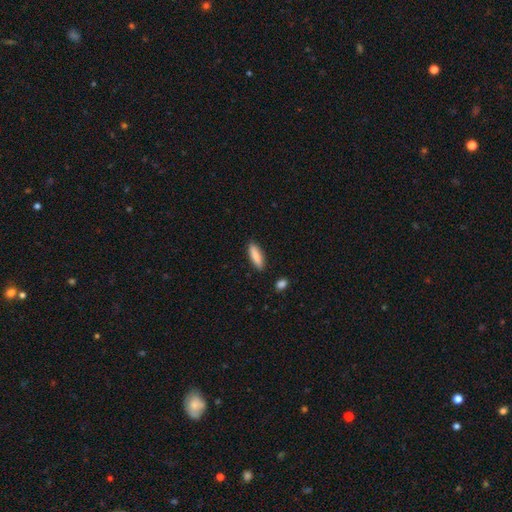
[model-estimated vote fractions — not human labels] smooth-or-featured: smooth: 86% | featured or disk: 8% | star or artifact: 6%
  how-rounded: cigar-shaped: 55% | in between: 43% | round: 2%
  merging: none: 88% | minor disturbance: 8% | merger: 2% | major disturbance: 2%